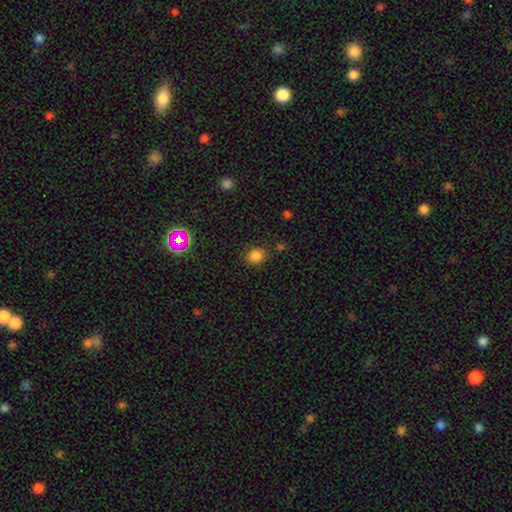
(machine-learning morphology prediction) Overall: smooth (83%). How rounded: round (65%; in between 34%). Merging: none (83%).